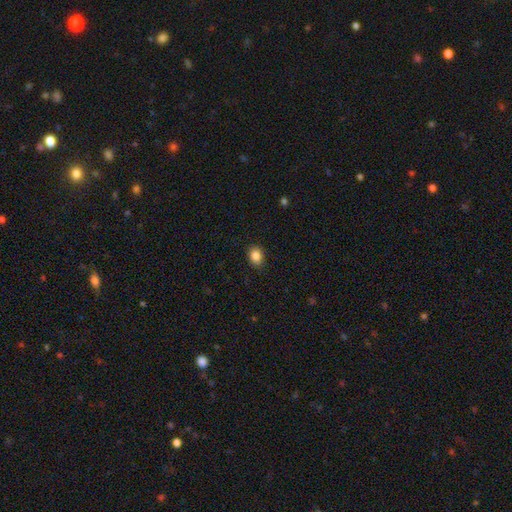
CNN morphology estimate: Smooth or featured? smooth (86%)
How rounded? in between (59%)
Merging? none (87%)